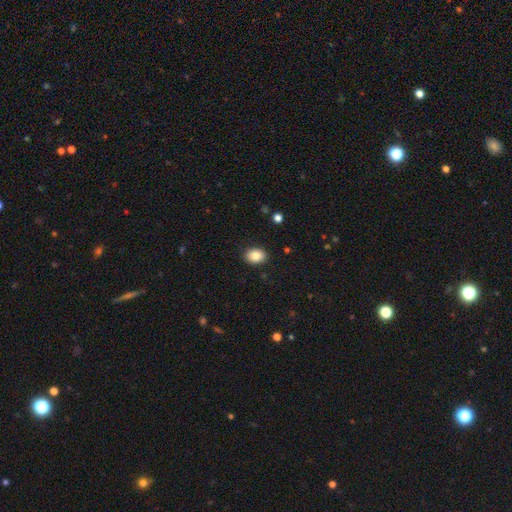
smooth_or_featured: smooth (p=0.85) [alt: featured or disk p=0.08]
how_rounded: in between (p=0.88) [alt: round p=0.12]
merging: none (p=0.94) [alt: minor disturbance p=0.03]